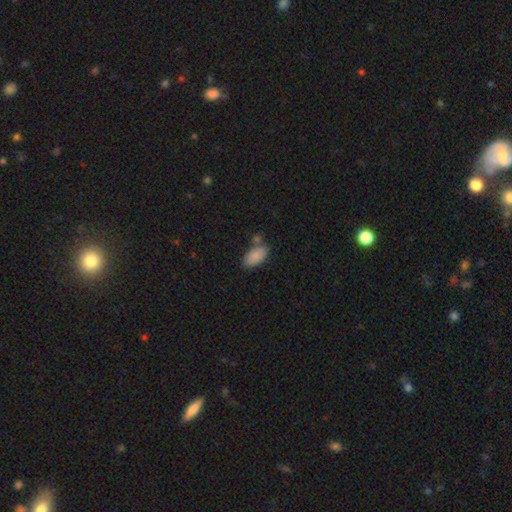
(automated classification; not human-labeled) Overall: smooth (86%). How rounded: in between (93%). Merging: none (66%).